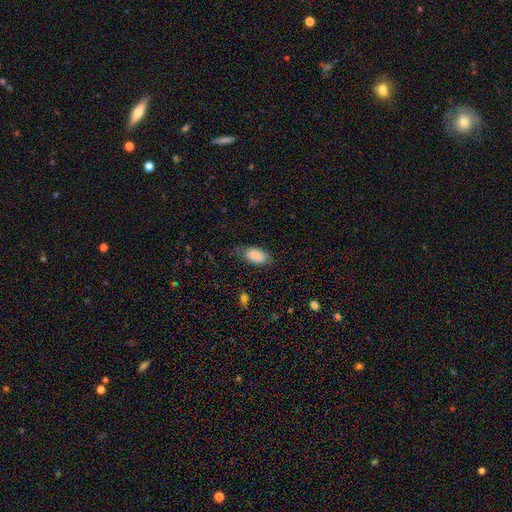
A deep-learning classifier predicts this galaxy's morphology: Smooth or featured: smooth — 83% (featured or disk — 10%)
How rounded: in between — 93% (round — 4%)
Merging: none — 69% (minor disturbance — 23%)